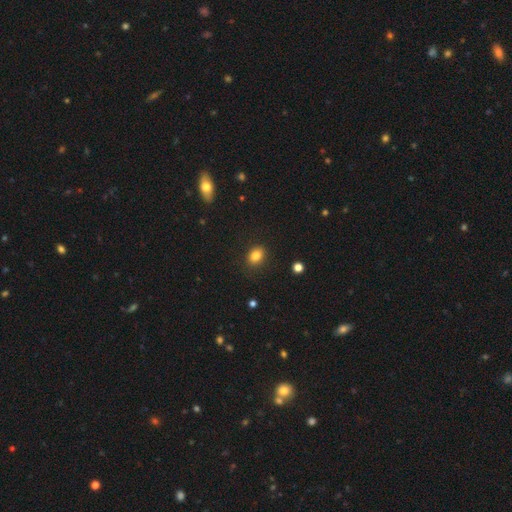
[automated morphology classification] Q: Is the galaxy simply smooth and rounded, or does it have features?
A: smooth — 83%.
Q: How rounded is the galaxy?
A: in between — 63%.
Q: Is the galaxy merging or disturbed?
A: none — 86%.